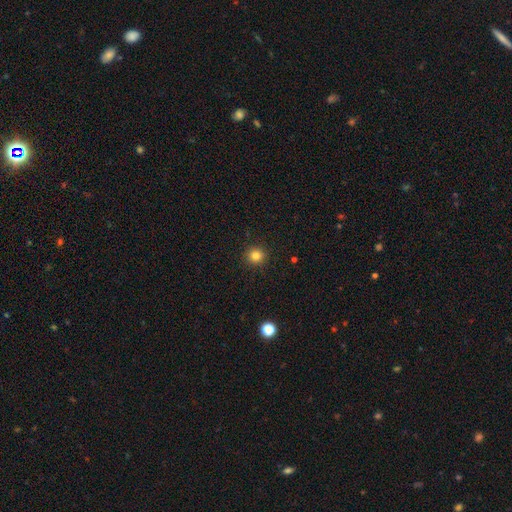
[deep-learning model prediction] smooth 82%, star or artifact 12%, featured or disk 5%. Down the decision tree: how rounded — round (94%); merging — none (93%).